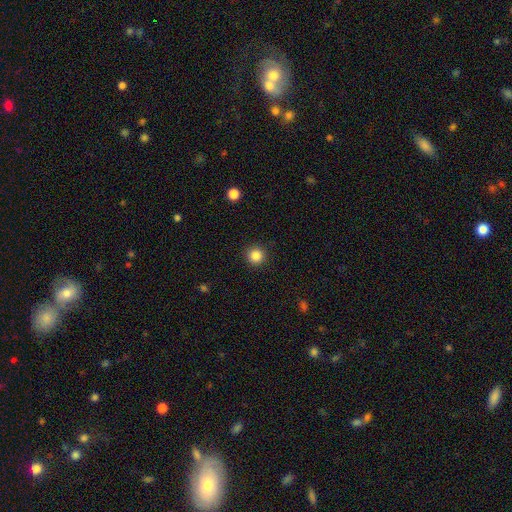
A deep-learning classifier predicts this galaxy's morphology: Smooth or featured? Predicted: smooth (p=0.85). How rounded? Predicted: round (p=0.95). Merging? Predicted: none (p=0.92).